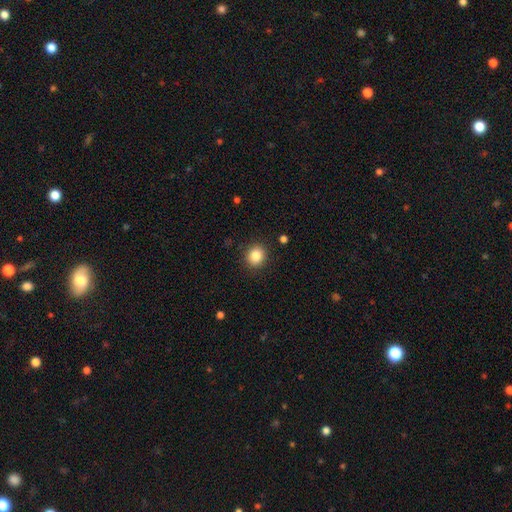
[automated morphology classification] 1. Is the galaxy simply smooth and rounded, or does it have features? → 86% smooth, 10% star or artifact, 5% featured or disk.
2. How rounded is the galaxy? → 81% round, 18% in between, 1% cigar-shaped.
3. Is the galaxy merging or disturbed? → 90% none, 7% minor disturbance, 2% major disturbance, 1% merger.